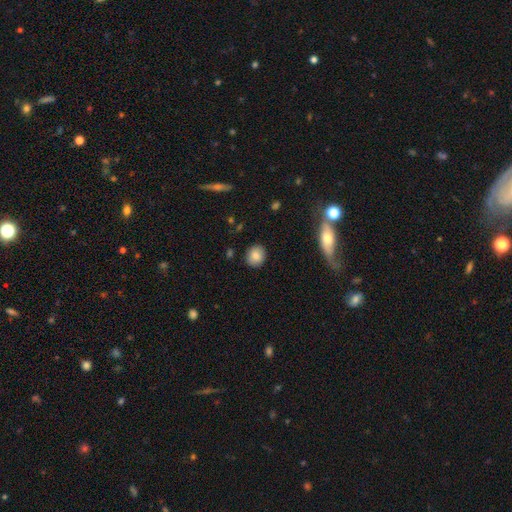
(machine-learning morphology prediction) smooth 83%, star or artifact 9%, featured or disk 8%. Down the decision tree: how rounded — round (79%); merging — none (88%).